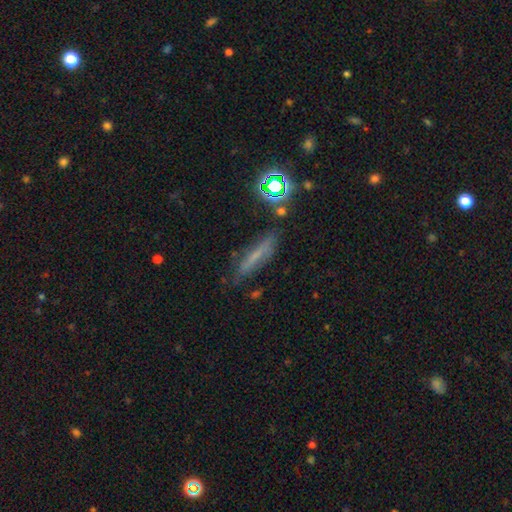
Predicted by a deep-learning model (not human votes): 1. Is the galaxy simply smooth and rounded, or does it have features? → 47% smooth, 34% featured or disk, 19% star or artifact.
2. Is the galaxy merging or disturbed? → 72% none, 18% minor disturbance, 6% major disturbance, 4% merger.